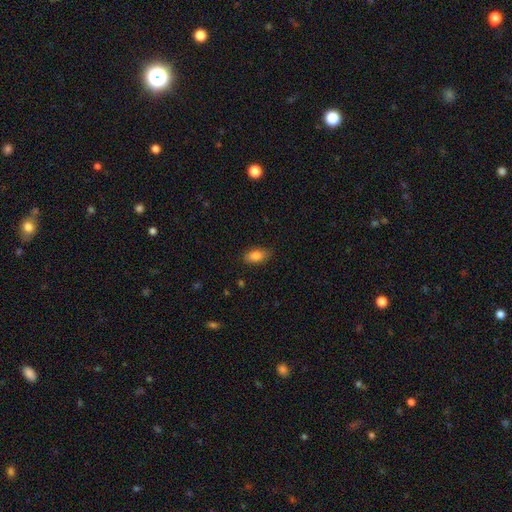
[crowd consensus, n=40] Q: Smooth or featured?
A: smooth (85%); runner-up: star or artifact (10%)
Q: How rounded?
A: in between (97%); runner-up: cigar-shaped (3%)
Q: Merging?
A: none (81%); runner-up: minor disturbance (11%)